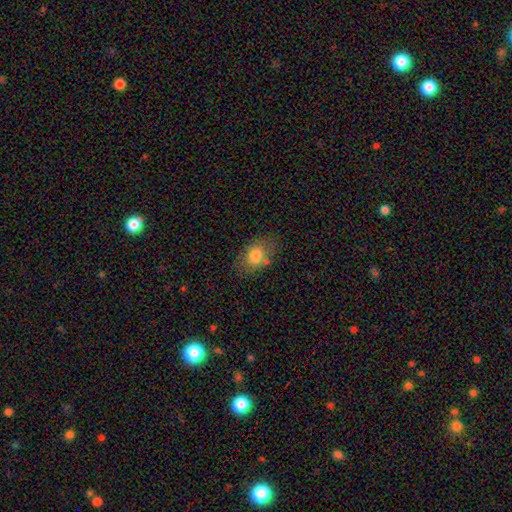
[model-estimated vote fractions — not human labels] A smooth galaxy with no disk features (78%) that is in between round and cigar-shaped (76%). Merging: none (66%).